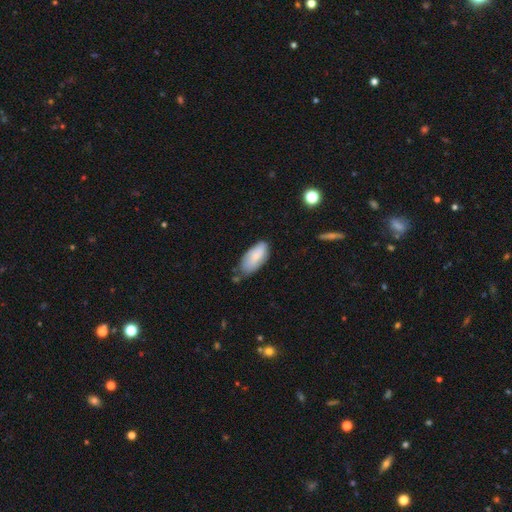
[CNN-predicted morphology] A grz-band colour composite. It shows a smooth galaxy with no disk features (77%) that is in between round and cigar-shaped (90%). Merging: none (57%).